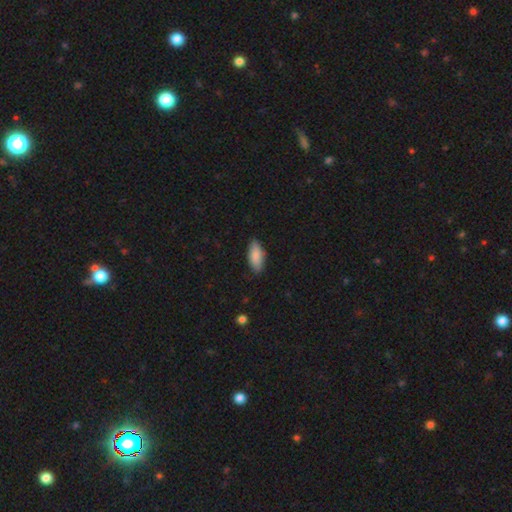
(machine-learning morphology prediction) Smooth or featured? Predicted: smooth (p=0.86). How rounded? Predicted: in between (p=0.84). Merging? Predicted: none (p=0.83).